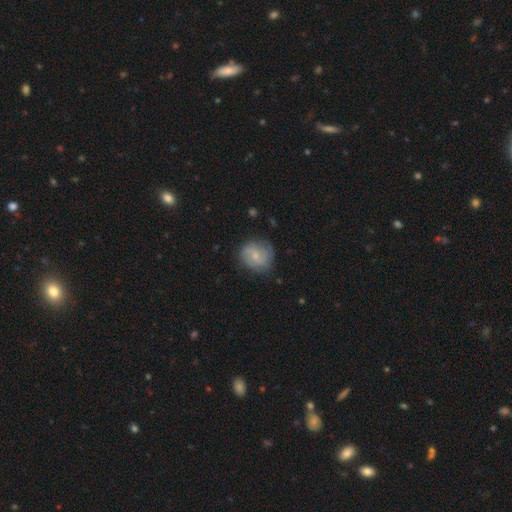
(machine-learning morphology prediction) A smooth galaxy with no disk features (53%) that is round (79%). Merging: none (72%).